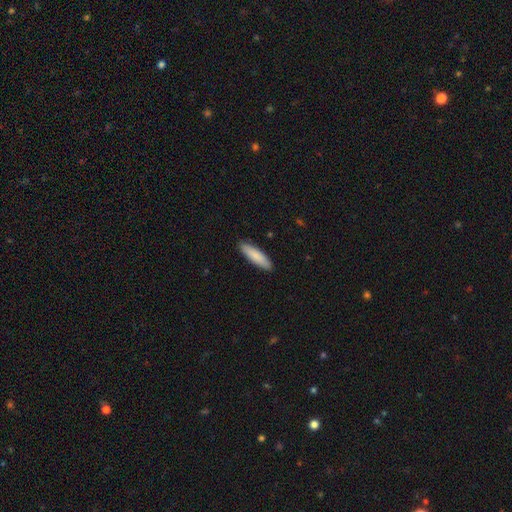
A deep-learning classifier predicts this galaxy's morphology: Q: Smooth or featured?
A: smooth (86%); runner-up: featured or disk (8%)
Q: How rounded?
A: cigar-shaped (63%); runner-up: in between (36%)
Q: Merging?
A: none (90%); runner-up: minor disturbance (8%)